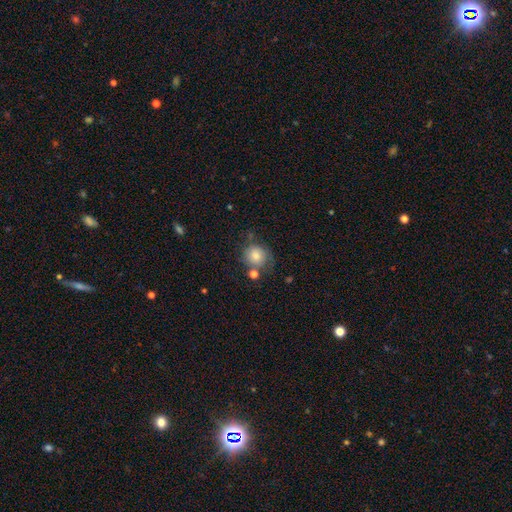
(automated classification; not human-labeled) smooth_or_featured: smooth (p=0.74) [alt: featured or disk p=0.16]
how_rounded: round (p=0.81) [alt: in between p=0.18]
merging: none (p=0.54) [alt: minor disturbance p=0.22]